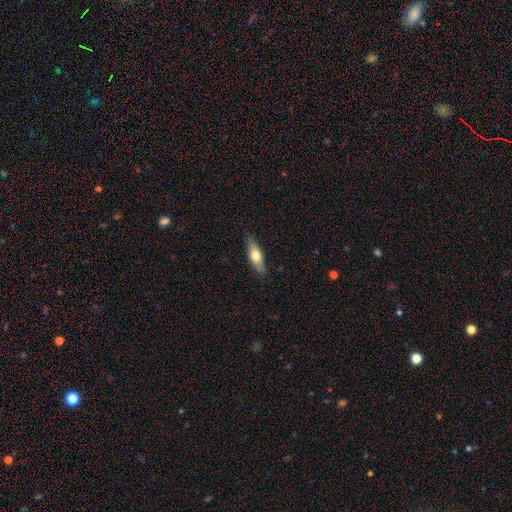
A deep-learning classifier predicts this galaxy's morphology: Smooth or featured? Predicted: smooth (p=0.63). How rounded? Predicted: in between (p=0.58). Merging? Predicted: none (p=0.83).